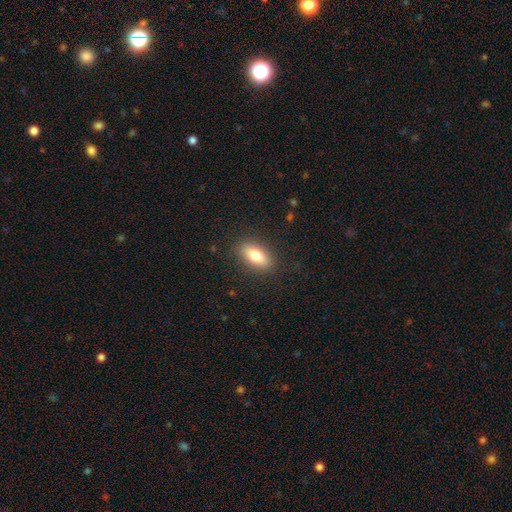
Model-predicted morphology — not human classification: A smooth galaxy with no disk features (78%) that is in between round and cigar-shaped (84%). Merging: none (88%).